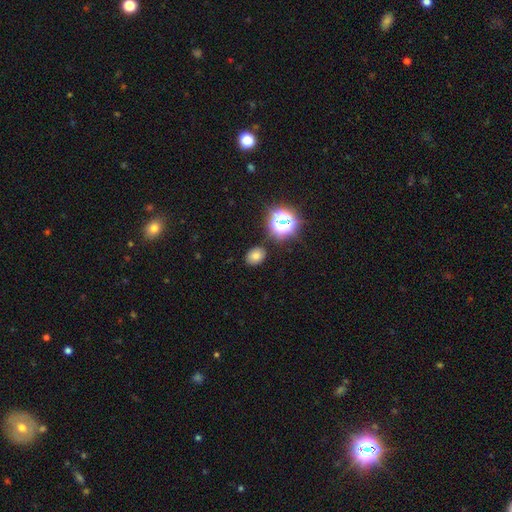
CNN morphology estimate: This is likely a smooth galaxy (71%). How rounded: possibly in between (54%). Merging: clearly none (84%).